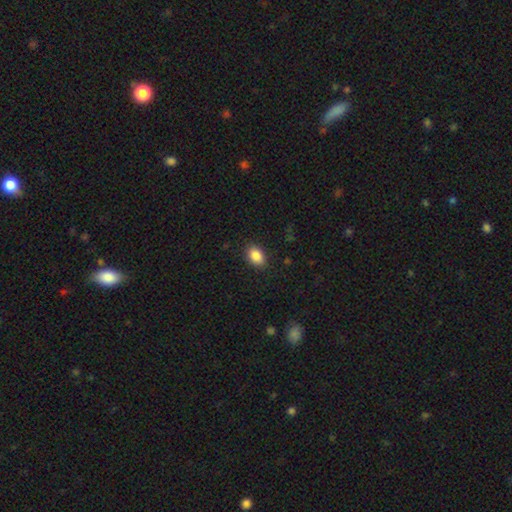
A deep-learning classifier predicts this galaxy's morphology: Smooth or featured? smooth (87%)
How rounded? in between (80%)
Merging? none (88%)